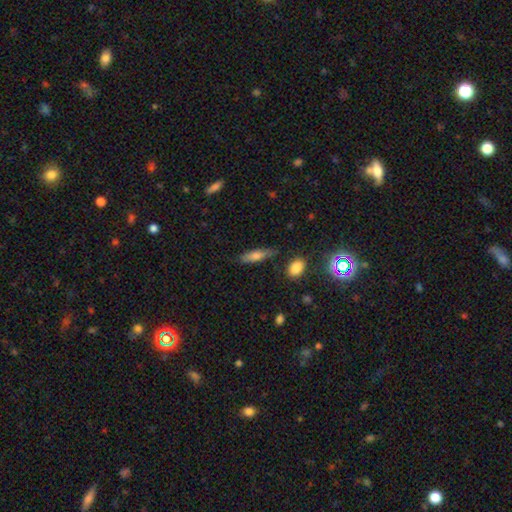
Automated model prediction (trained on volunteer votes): smooth 69%, featured or disk 23%, star or artifact 8%. Down the decision tree: how rounded — cigar-shaped (62%); merging — none (78%).